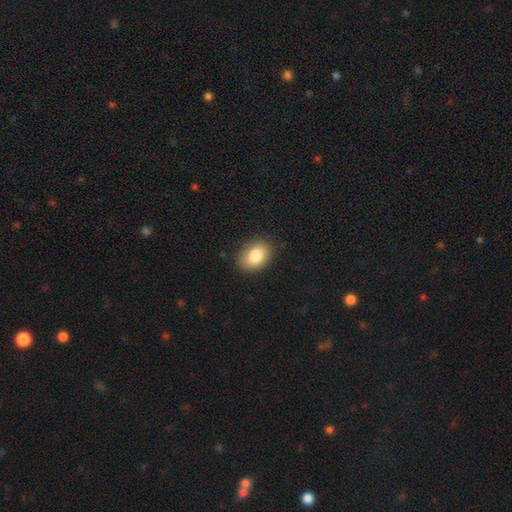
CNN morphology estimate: A smooth galaxy with no disk features (83%) that is in between round and cigar-shaped (74%). Merging: none (86%).